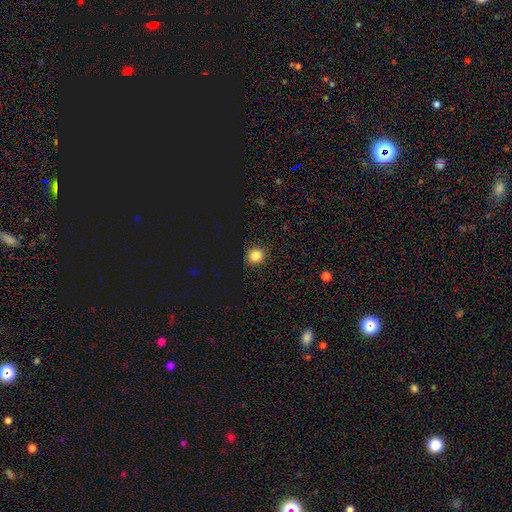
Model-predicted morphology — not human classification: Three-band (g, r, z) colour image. It shows a smooth galaxy with no disk features (84%) that is round (92%). Merging: none (90%).